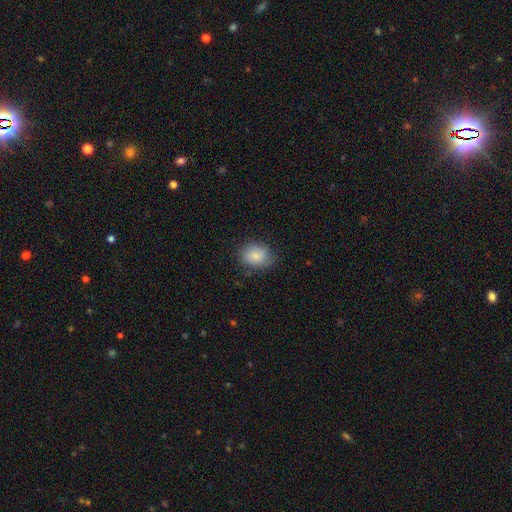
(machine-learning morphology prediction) Q: Smooth or featured?
A: smooth (85%); runner-up: featured or disk (8%)
Q: How rounded?
A: in between (56%); runner-up: round (43%)
Q: Merging?
A: none (76%); runner-up: minor disturbance (18%)